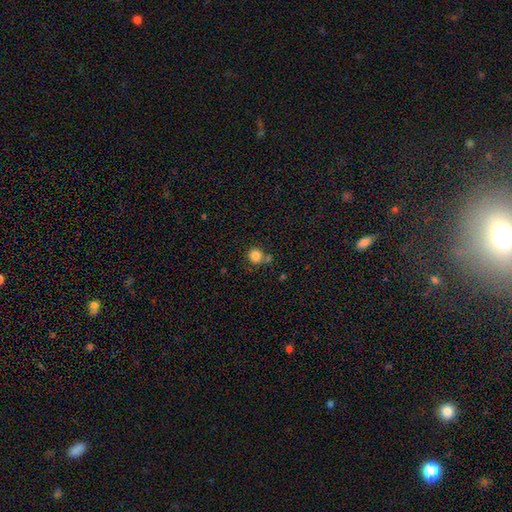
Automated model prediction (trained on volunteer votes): Overall: smooth (84%). How rounded: round (90%). Merging: none (67%).